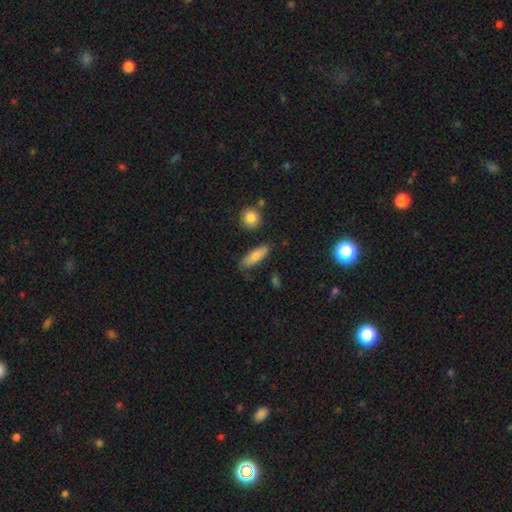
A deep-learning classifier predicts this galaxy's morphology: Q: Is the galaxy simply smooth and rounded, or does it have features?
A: smooth — 81%.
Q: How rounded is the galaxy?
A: in between — 62%.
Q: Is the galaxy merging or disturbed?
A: none — 75%.